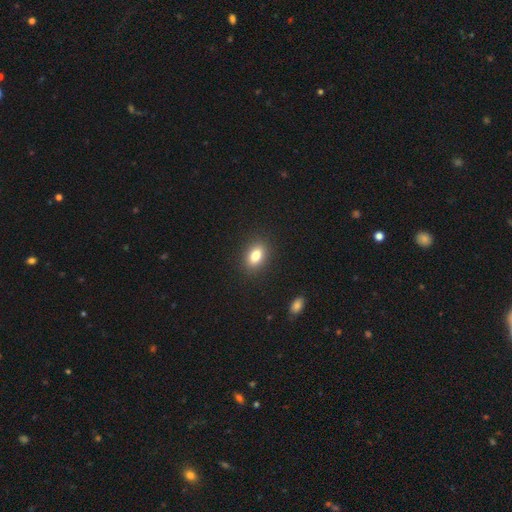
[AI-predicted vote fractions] Smooth or featured? Predicted: smooth (p=0.82). How rounded? Predicted: in between (p=0.81). Merging? Predicted: none (p=0.89).